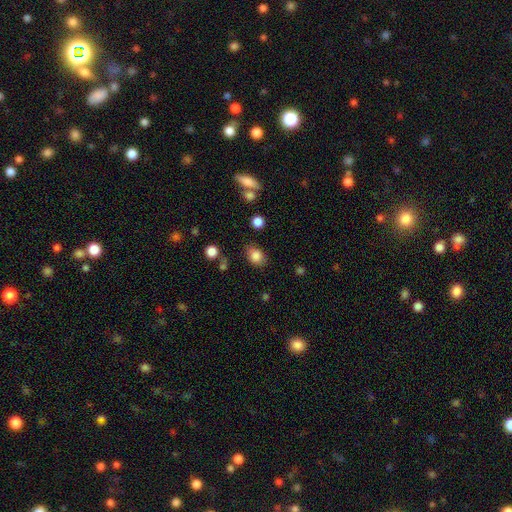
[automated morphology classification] A smooth galaxy with no disk features (84%) that is in between round and cigar-shaped (60%).

Vote fractions:
- Smooth or featured? smooth: 84% / star or artifact: 10% / featured or disk: 6%
- How rounded? in between: 60% / round: 39% / cigar-shaped: 1%
- Merging? none: 74% / minor disturbance: 17% / major disturbance: 5% / merger: 3%